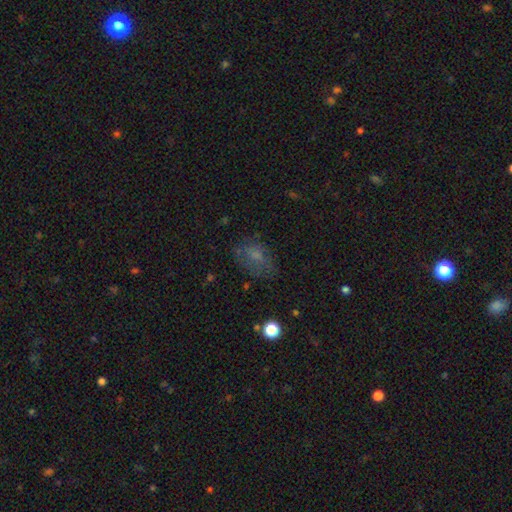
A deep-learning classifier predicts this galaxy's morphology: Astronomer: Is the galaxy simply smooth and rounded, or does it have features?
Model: smooth — 61%.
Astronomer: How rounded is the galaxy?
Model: in between — 77%.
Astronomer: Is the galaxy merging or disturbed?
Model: none — 56%.